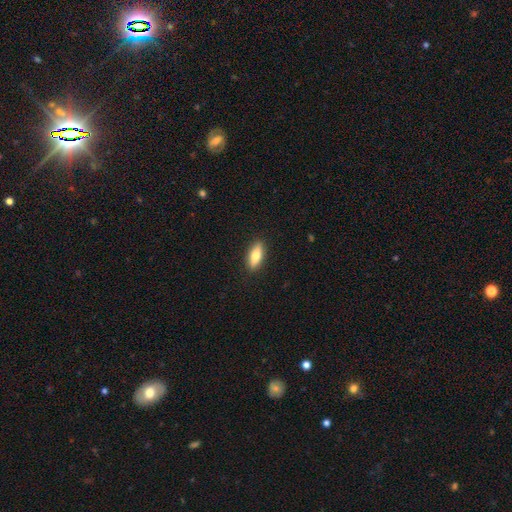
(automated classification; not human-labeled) Smooth or featured? Predicted: smooth (p=0.71). How rounded? Predicted: in between (p=0.68). Merging? Predicted: none (p=0.89).